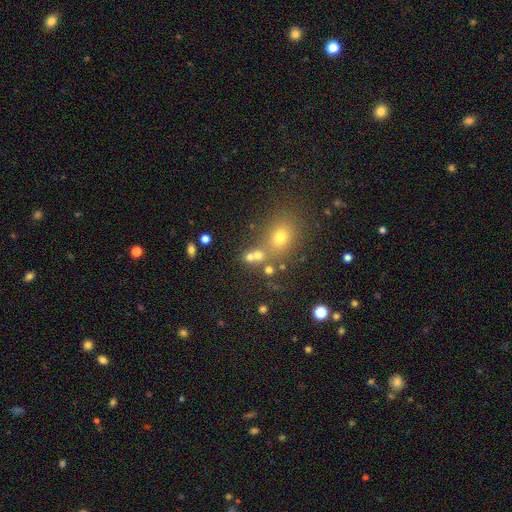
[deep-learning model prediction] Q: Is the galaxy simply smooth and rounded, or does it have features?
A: smooth — 65%.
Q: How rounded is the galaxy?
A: round — 67%.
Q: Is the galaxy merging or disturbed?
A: none — 47%.